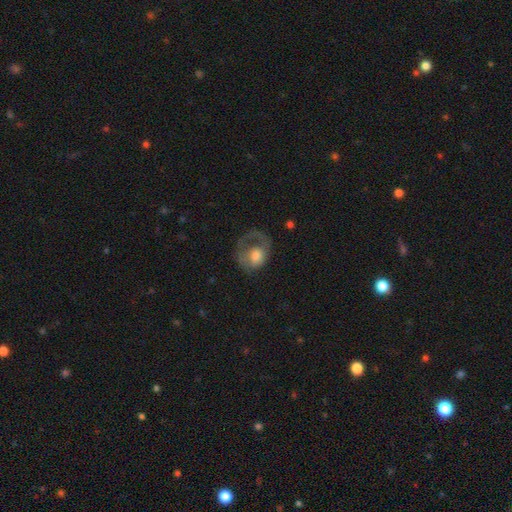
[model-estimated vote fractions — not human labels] Morphology: type=smooth (49%); merging=major disturbance (50%).